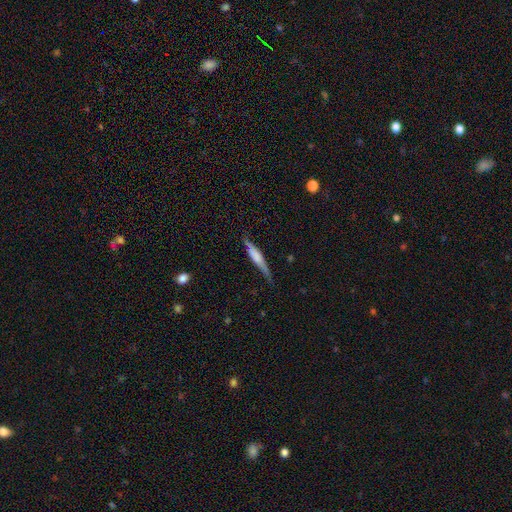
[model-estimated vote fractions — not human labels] A featured or disk galaxy (51%) viewed edge-on (94%). Merging: none (71%).